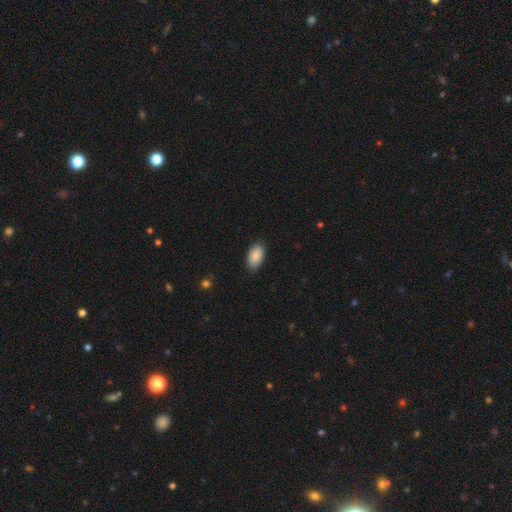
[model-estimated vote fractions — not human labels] This is clearly a smooth galaxy (89%). How rounded: clearly in between (95%). Merging: clearly none (83%).